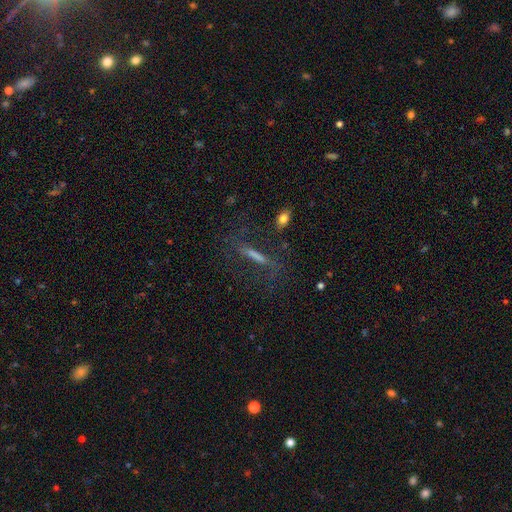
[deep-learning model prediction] Smooth or featured: featured or disk — 42% (smooth — 39%)
Merging: none — 68% (minor disturbance — 15%)